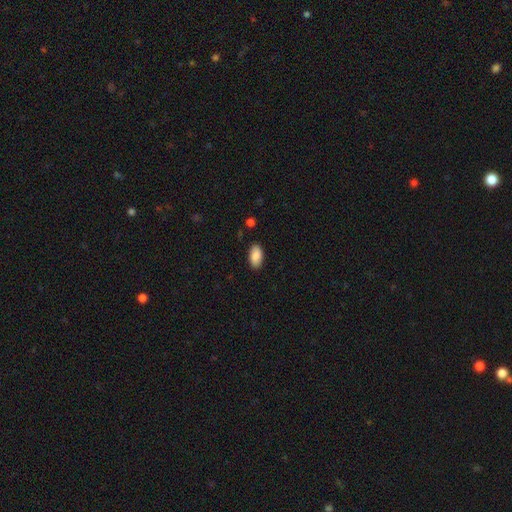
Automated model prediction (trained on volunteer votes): Smooth or featured?
  - smooth: 88% *
  - star or artifact: 7%
  - featured or disk: 5%
How rounded?
  - in between: 94% *
  - round: 3%
  - cigar-shaped: 2%
Merging?
  - none: 88% *
  - minor disturbance: 9%
  - major disturbance: 2%
  - merger: 1%